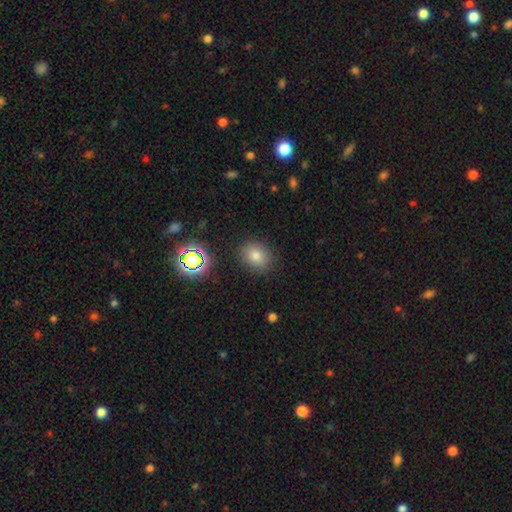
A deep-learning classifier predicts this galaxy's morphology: A smooth galaxy with no disk features (75%) that is round (55%). Merging: none (87%).